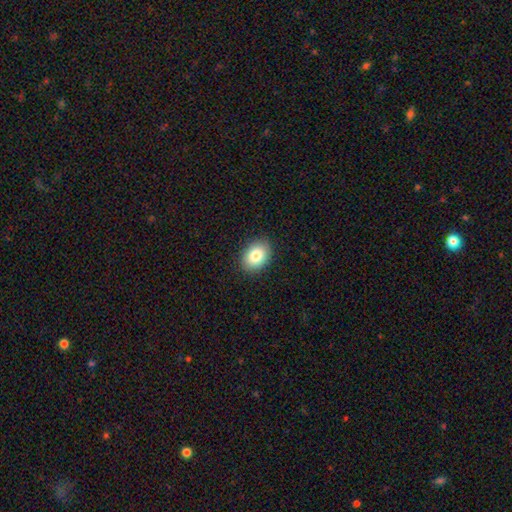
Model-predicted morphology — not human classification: smooth-or-featured: smooth: 84% | featured or disk: 8% | star or artifact: 8%
  how-rounded: in between: 73% | round: 26% | cigar-shaped: 1%
  merging: none: 89% | minor disturbance: 8% | major disturbance: 2% | merger: 1%